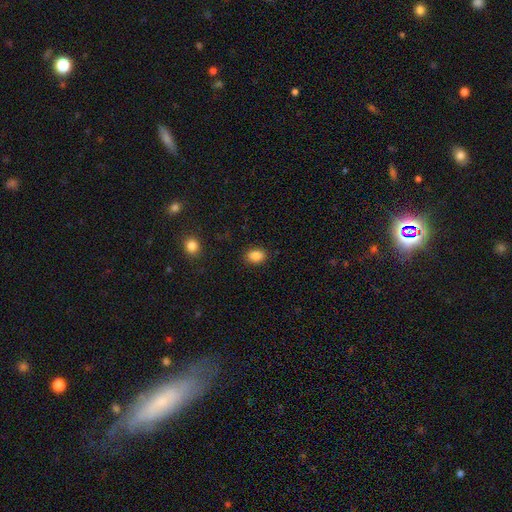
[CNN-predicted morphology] A smooth galaxy with no disk features (86%) that is in between round and cigar-shaped (67%). Merging: none (89%).